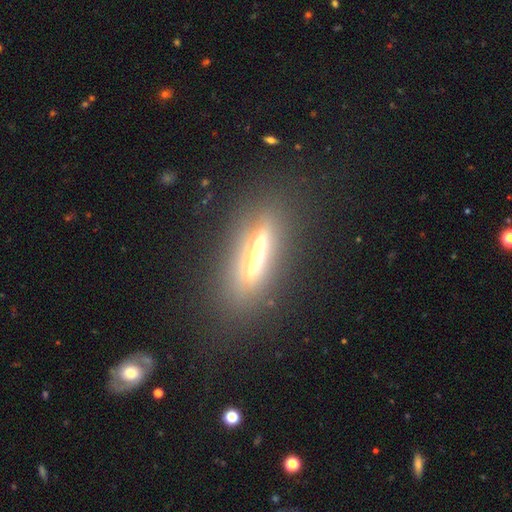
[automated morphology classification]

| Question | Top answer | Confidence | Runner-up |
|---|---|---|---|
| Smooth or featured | featured or disk | 64% | smooth (25%) |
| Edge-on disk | yes | 86% | no (14%) |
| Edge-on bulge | rounded | 53% | boxy (25%) |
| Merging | none | 83% | minor disturbance (9%) |